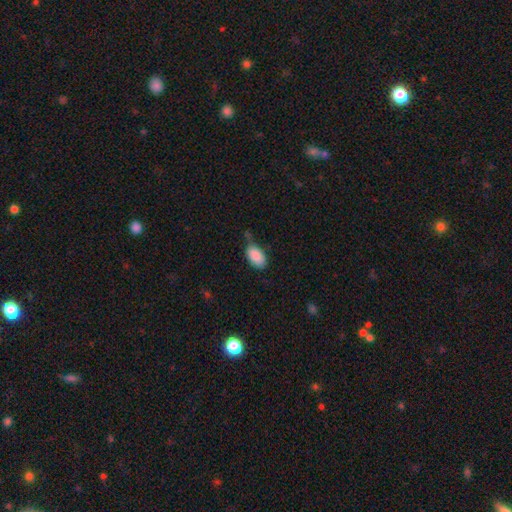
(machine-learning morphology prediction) Overall: smooth (89%). How rounded: in between (94%). Merging: none (62%; minor disturbance 26%).